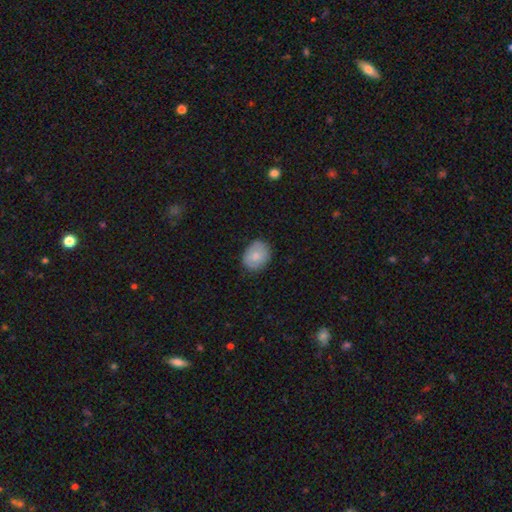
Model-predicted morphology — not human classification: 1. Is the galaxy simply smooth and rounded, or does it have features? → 80% smooth, 13% featured or disk, 7% star or artifact.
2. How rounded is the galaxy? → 51% round, 48% in between, 1% cigar-shaped.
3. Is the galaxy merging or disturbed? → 79% none, 17% minor disturbance, 3% major disturbance, 1% merger.